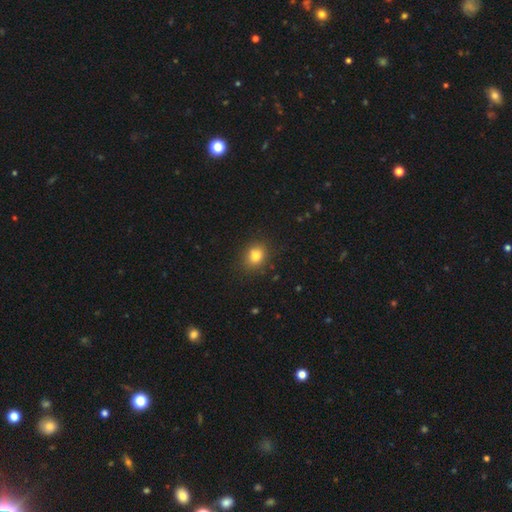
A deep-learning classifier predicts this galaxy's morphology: Smooth or featured? Predicted: smooth (p=0.82). How rounded? Predicted: round (p=0.64). Merging? Predicted: none (p=0.86).